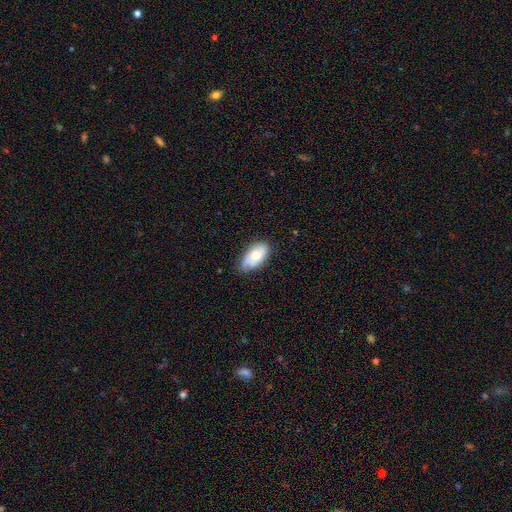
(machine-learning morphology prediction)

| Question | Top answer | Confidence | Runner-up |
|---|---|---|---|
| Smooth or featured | smooth | 72% | featured or disk (22%) |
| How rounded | in between | 93% | cigar-shaped (4%) |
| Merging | none | 62% | minor disturbance (31%) |